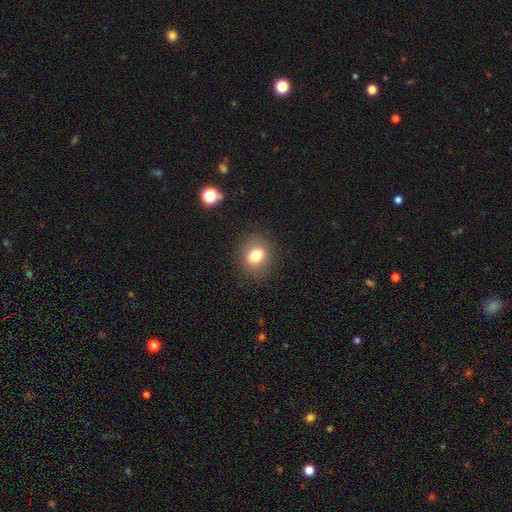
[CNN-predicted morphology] Overall: smooth (78%). How rounded: round (58%; in between 41%). Merging: none (86%).